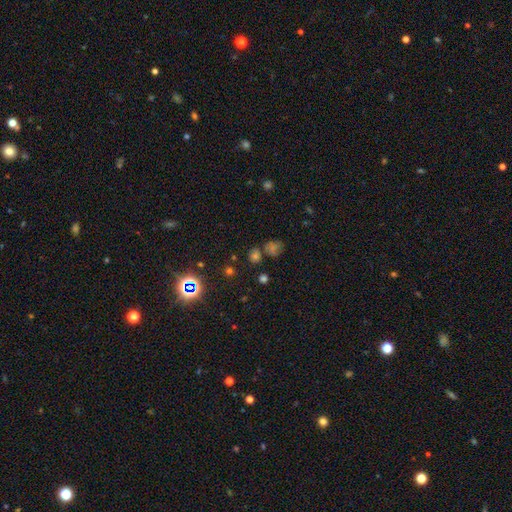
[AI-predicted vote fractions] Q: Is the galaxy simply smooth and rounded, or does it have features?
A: star or artifact — 53%.